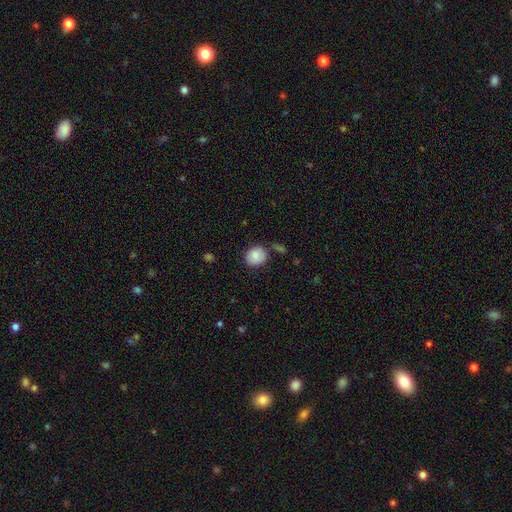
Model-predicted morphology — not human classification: This is clearly a smooth galaxy (85%). How rounded: likely round (71%). Merging: likely none (76%).